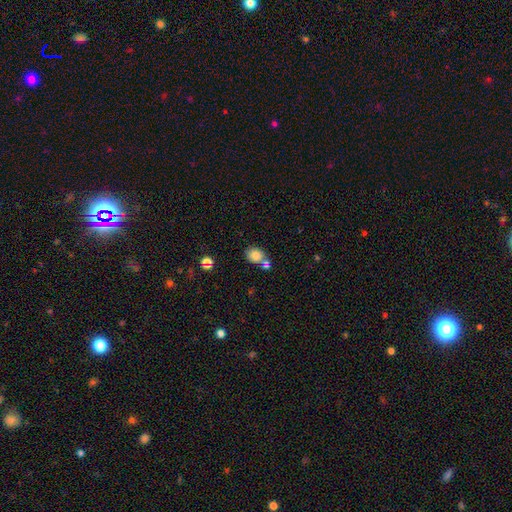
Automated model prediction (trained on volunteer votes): smooth-or-featured: smooth: 81% | star or artifact: 11% | featured or disk: 8%
  how-rounded: round: 51% | in between: 48% | cigar-shaped: 1%
  merging: none: 59% | merger: 23% | minor disturbance: 14% | major disturbance: 4%